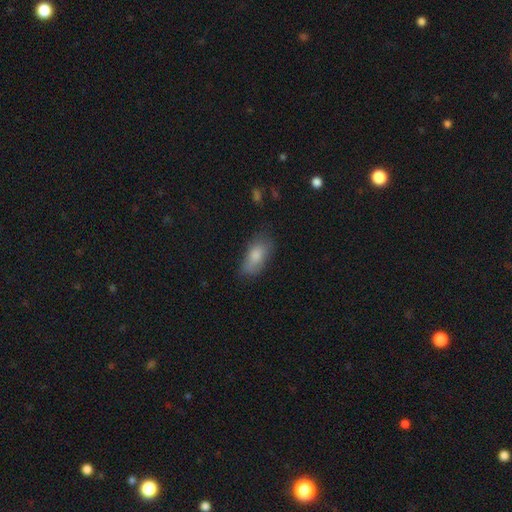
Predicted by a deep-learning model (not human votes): Smooth or featured? Predicted: smooth (p=0.81). How rounded? Predicted: in between (p=0.87). Merging? Predicted: none (p=0.62).